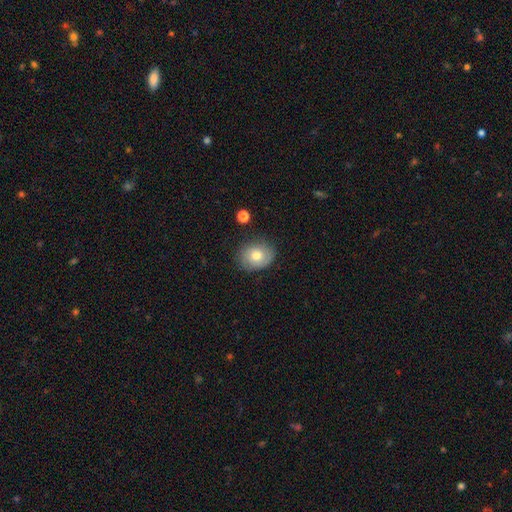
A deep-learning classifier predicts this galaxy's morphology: This is likely a smooth galaxy (70%). How rounded: possibly round (51%). Merging: likely none (77%).